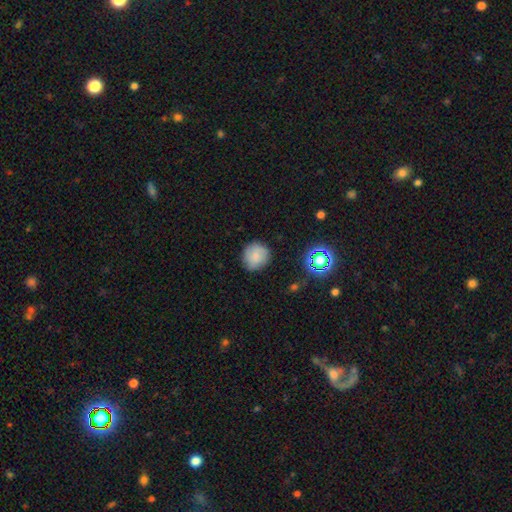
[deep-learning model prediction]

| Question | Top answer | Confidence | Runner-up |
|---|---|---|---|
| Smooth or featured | smooth | 78% | featured or disk (12%) |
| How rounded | round | 87% | in between (12%) |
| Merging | none | 82% | minor disturbance (13%) |